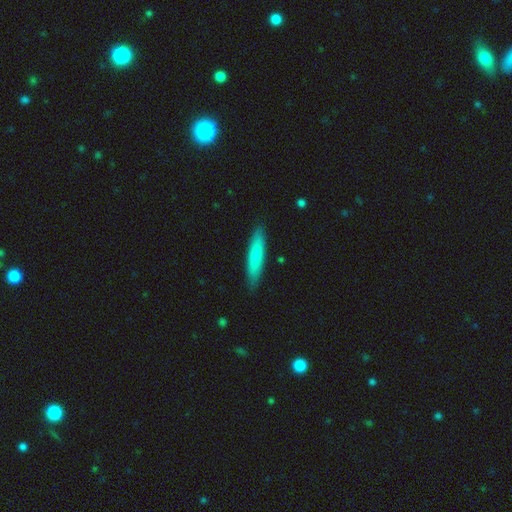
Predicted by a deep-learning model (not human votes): A smooth galaxy with no disk features (78%) that is cigar-shaped (85%).

Vote fractions:
- Smooth or featured? smooth: 78% / featured or disk: 17% / star or artifact: 5%
- How rounded? cigar-shaped: 85% / in between: 14% / round: 1%
- Merging? none: 88% / minor disturbance: 9% / major disturbance: 2% / merger: 1%